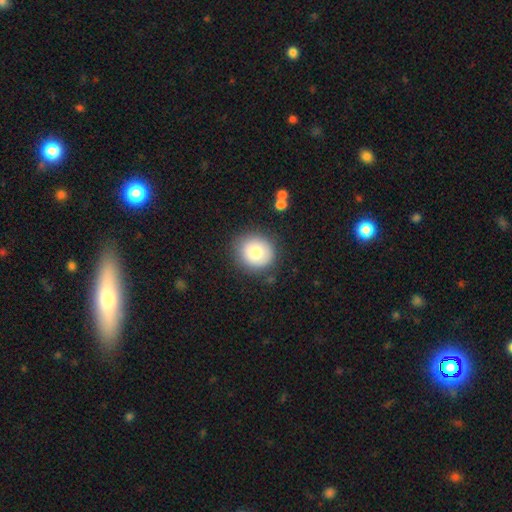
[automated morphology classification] Smooth or featured? Predicted: smooth (p=0.77). How rounded? Predicted: round (p=0.89). Merging? Predicted: none (p=0.83).